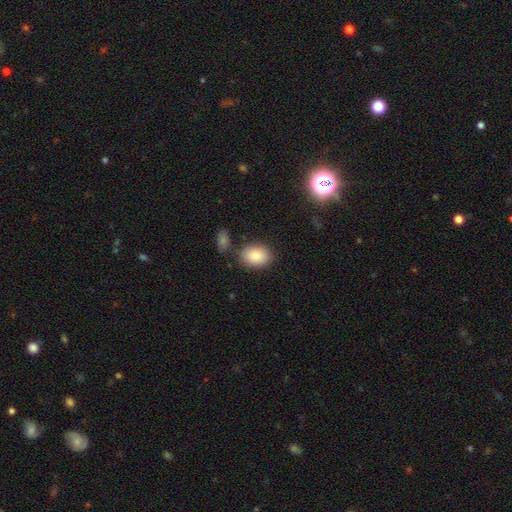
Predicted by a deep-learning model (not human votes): Smooth or featured? Predicted: smooth (p=0.87). How rounded? Predicted: in between (p=0.73). Merging? Predicted: none (p=0.78).